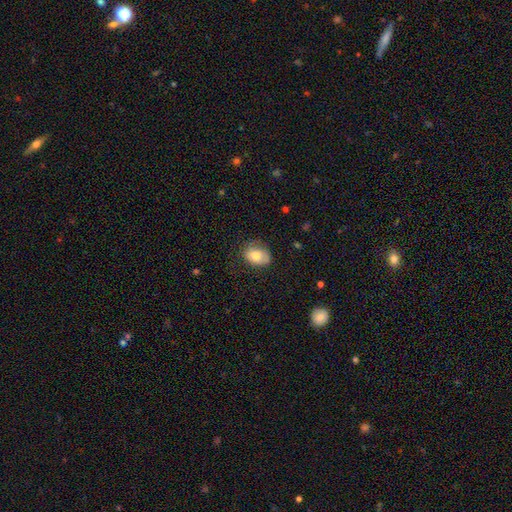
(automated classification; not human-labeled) Overall: smooth (77%). How rounded: in between (69%; round 30%). Merging: none (60%; minor disturbance 28%).